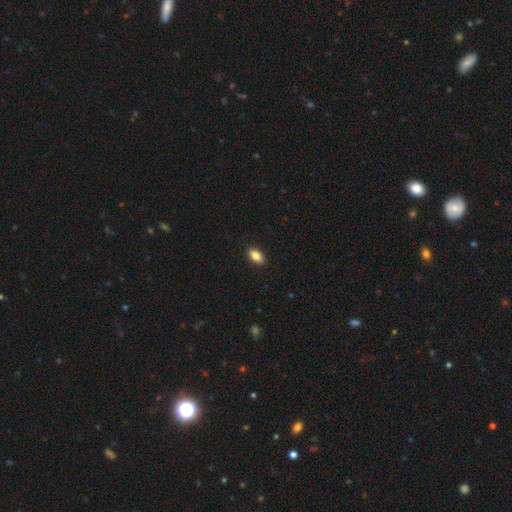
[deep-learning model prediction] Smooth or featured? Predicted: smooth (p=0.85). How rounded? Predicted: in between (p=0.91). Merging? Predicted: none (p=0.90).